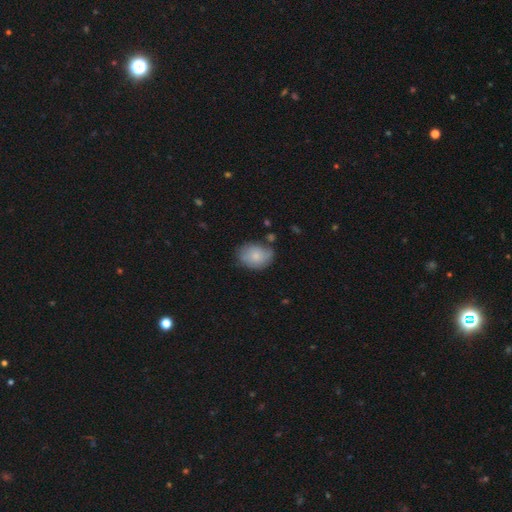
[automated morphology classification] Q: Smooth or featured?
A: smooth (76%); runner-up: featured or disk (17%)
Q: How rounded?
A: in between (73%); runner-up: round (26%)
Q: Merging?
A: none (62%); runner-up: minor disturbance (27%)